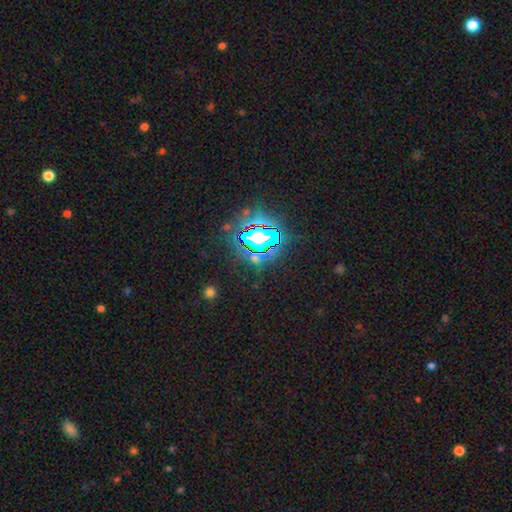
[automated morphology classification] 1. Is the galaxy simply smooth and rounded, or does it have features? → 75% star or artifact, 15% smooth, 10% featured or disk.